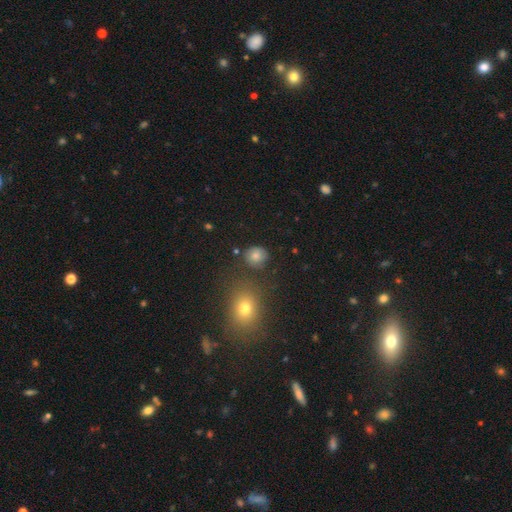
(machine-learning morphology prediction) smooth 79%, star or artifact 13%, featured or disk 8%. Down the decision tree: how rounded — round (78%); merging — none (78%).